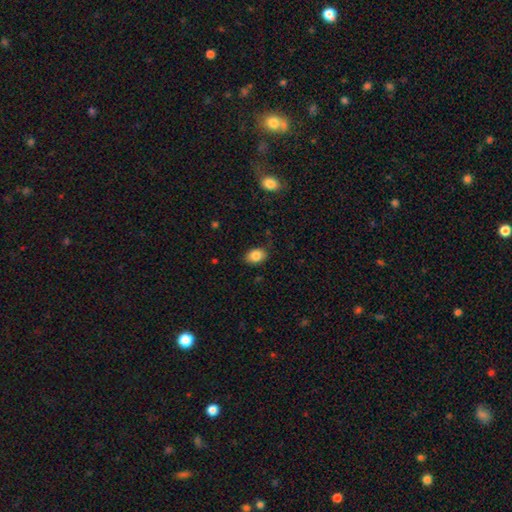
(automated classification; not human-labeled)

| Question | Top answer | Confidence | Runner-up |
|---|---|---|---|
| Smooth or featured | smooth | 85% | star or artifact (8%) |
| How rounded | in between | 78% | round (21%) |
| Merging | none | 82% | minor disturbance (14%) |